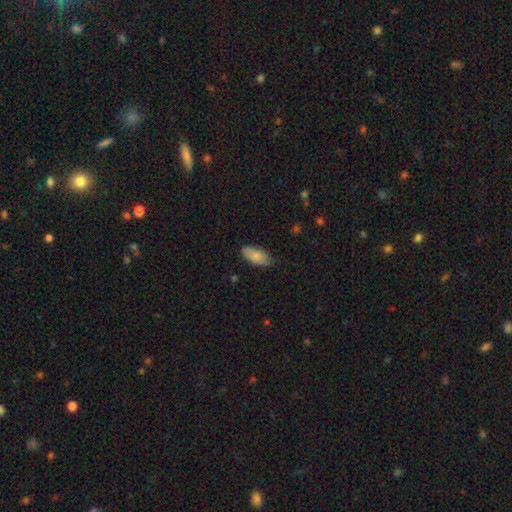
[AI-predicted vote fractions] smooth_or_featured: smooth (p=0.81) [alt: featured or disk p=0.13]
how_rounded: in between (p=0.90) [alt: cigar-shaped p=0.08]
merging: none (p=0.75) [alt: minor disturbance p=0.21]